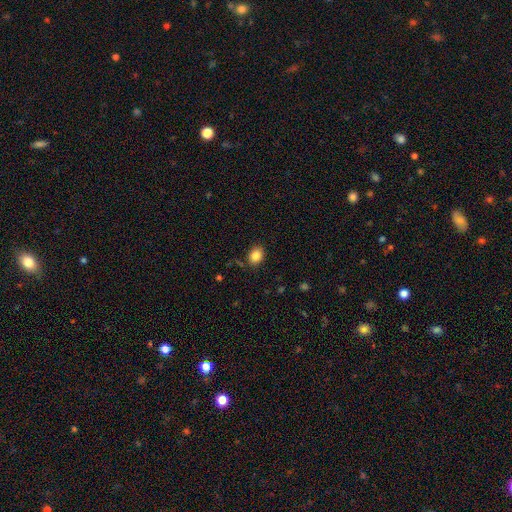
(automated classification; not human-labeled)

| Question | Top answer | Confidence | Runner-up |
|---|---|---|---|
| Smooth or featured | smooth | 85% | star or artifact (10%) |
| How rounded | in between | 60% | round (39%) |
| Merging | none | 84% | minor disturbance (11%) |